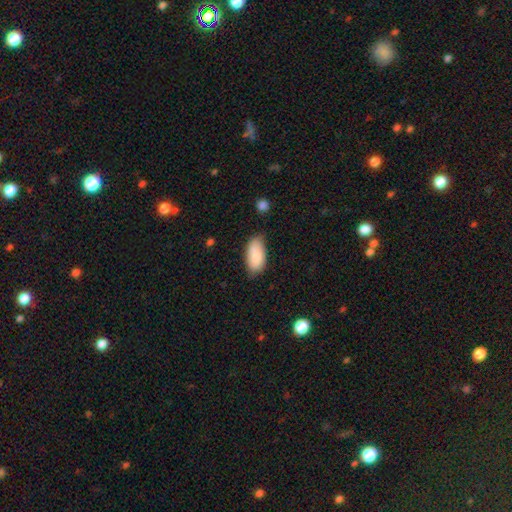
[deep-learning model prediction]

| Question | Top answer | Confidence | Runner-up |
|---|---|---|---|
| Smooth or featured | smooth | 85% | featured or disk (8%) |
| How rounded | in between | 93% | cigar-shaped (4%) |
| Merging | none | 68% | minor disturbance (26%) |